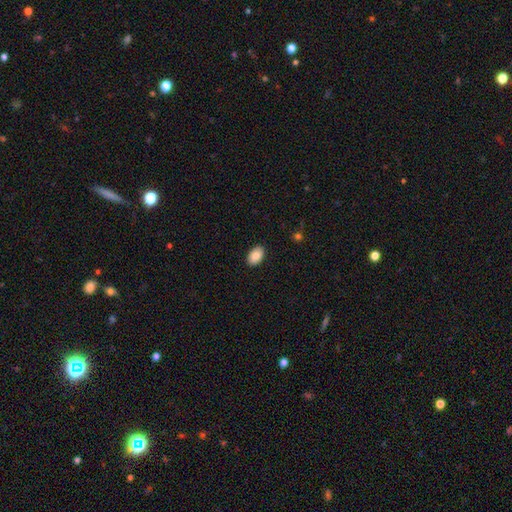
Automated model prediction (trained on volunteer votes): Smooth or featured?
  - smooth: 87% *
  - star or artifact: 7%
  - featured or disk: 7%
How rounded?
  - in between: 91% *
  - round: 8%
  - cigar-shaped: 1%
Merging?
  - none: 89% *
  - minor disturbance: 8%
  - major disturbance: 2%
  - merger: 1%